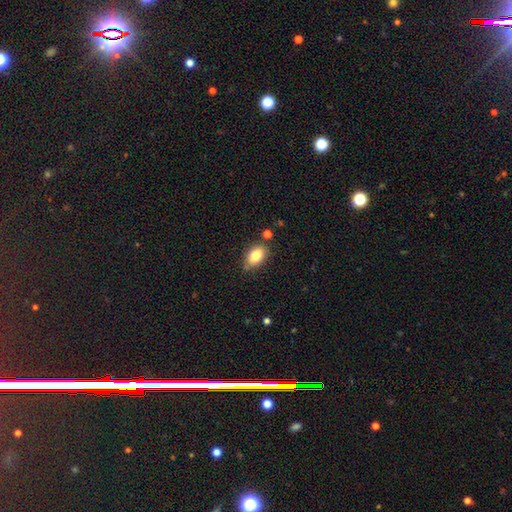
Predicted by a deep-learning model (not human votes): Smooth or featured? smooth (83%)
How rounded? in between (89%)
Merging? none (77%)